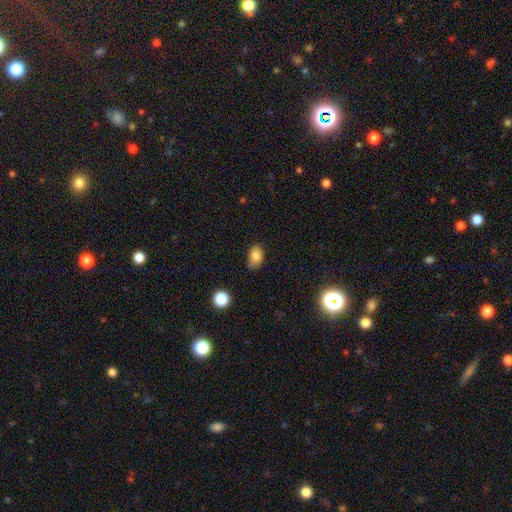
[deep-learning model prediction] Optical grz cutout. It shows a smooth galaxy with no disk features (83%) that is in between round and cigar-shaped (83%). Merging: none (69%).